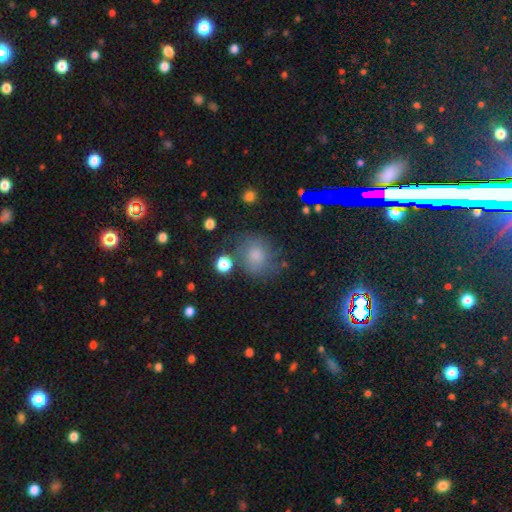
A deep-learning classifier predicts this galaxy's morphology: Smooth or featured? smooth (65%)
How rounded? round (76%)
Merging? none (61%)